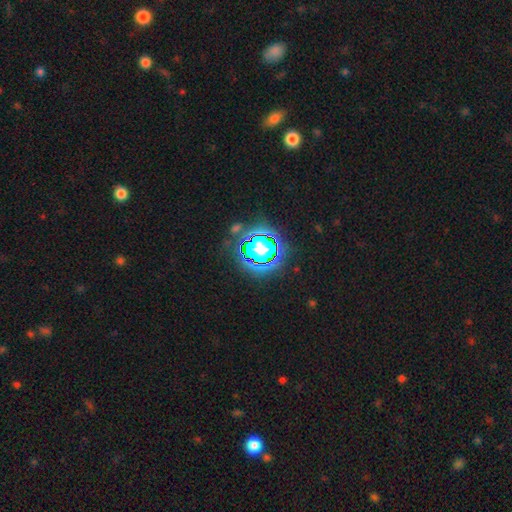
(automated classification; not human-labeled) A star or artifact, not a galaxy (70%).